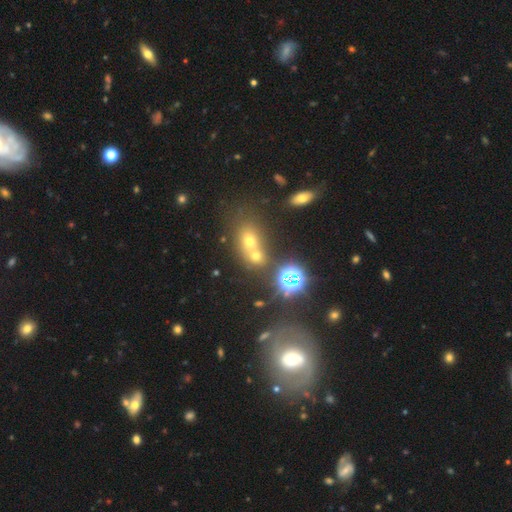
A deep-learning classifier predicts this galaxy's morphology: A smooth galaxy with no disk features (50%) that is round (54%). Merging: merger (55%).